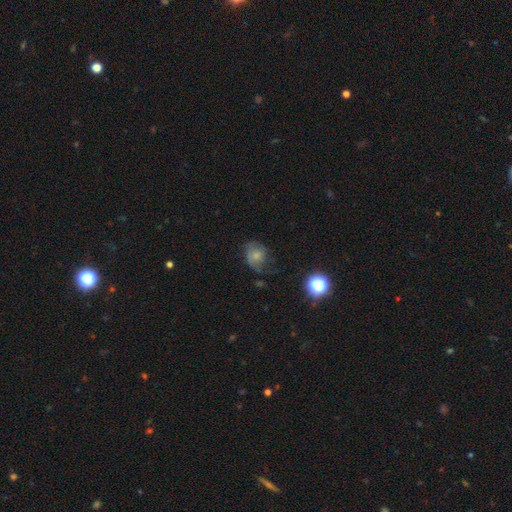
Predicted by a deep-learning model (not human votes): Smooth or featured? Predicted: smooth (p=0.55). How rounded? Predicted: round (p=0.58). Merging? Predicted: none (p=0.44).